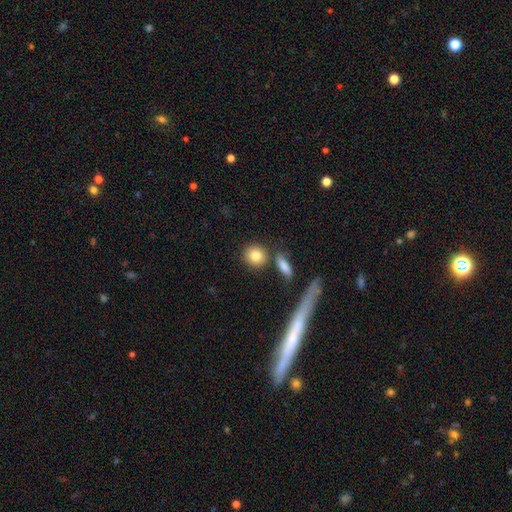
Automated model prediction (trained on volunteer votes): Overall: smooth (82%). How rounded: round (81%). Merging: none (77%).